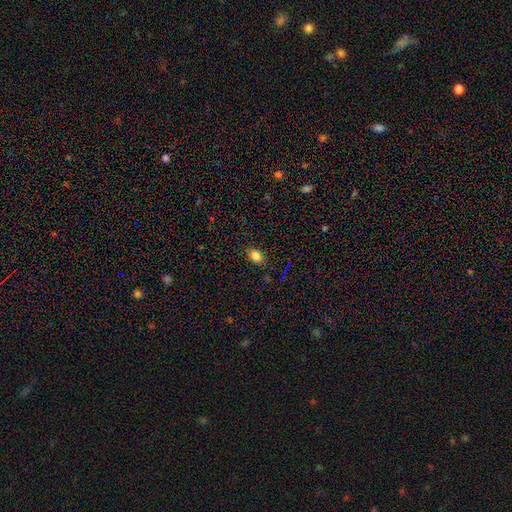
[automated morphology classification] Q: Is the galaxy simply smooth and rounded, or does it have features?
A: smooth — 82%.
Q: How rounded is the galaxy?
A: in between — 76%.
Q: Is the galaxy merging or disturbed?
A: none — 85%.